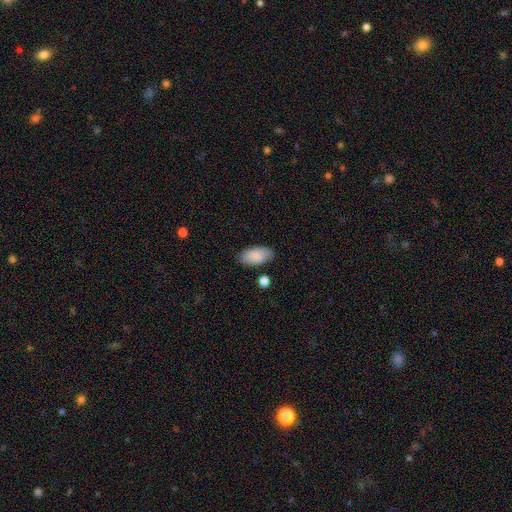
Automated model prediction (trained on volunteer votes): Morphology: type=smooth (87%); roundness=in between (94%); merging=none (82%).